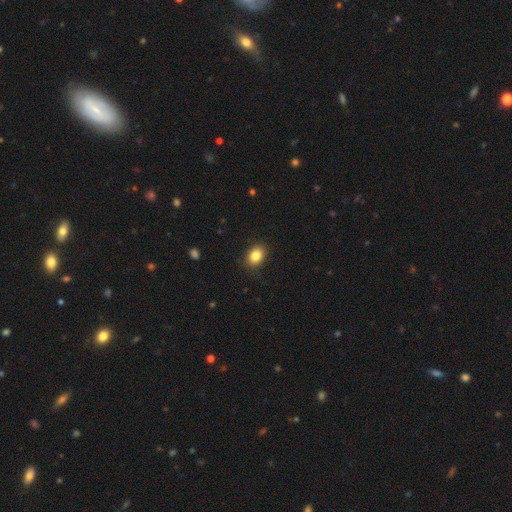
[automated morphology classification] Q: Smooth or featured?
A: smooth (84%); runner-up: star or artifact (10%)
Q: How rounded?
A: in between (65%); runner-up: round (34%)
Q: Merging?
A: none (87%); runner-up: minor disturbance (10%)